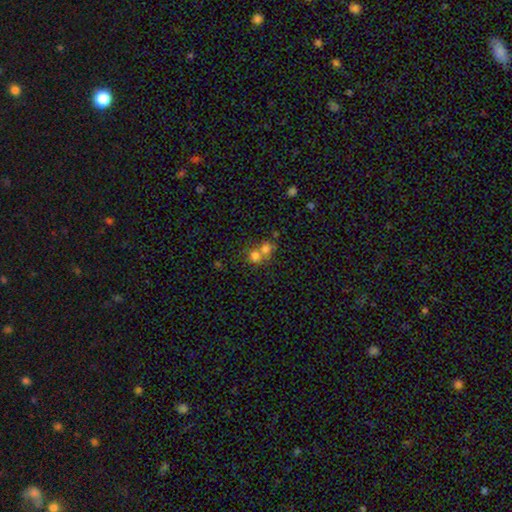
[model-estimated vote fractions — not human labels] Overall: smooth (70%). How rounded: round (80%). Merging: merger (58%; none 33%).